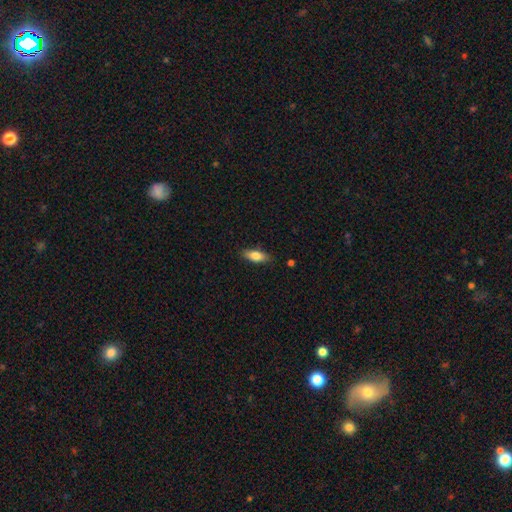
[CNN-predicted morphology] smooth-or-featured: smooth: 77% | featured or disk: 16% | star or artifact: 7%
  how-rounded: in between: 72% | cigar-shaped: 25% | round: 3%
  merging: none: 84% | minor disturbance: 12% | major disturbance: 2% | merger: 1%